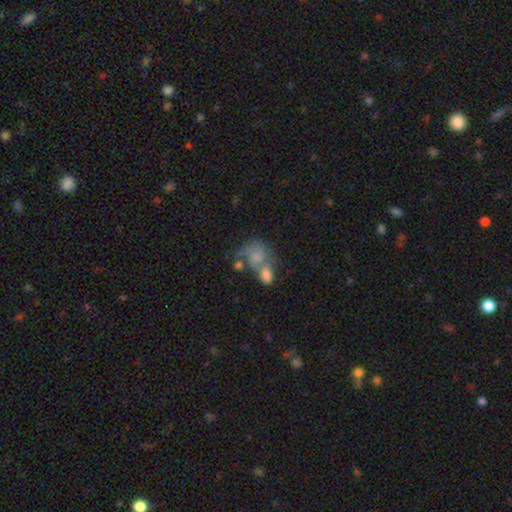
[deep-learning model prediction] smooth_or_featured: smooth (p=0.57) [alt: featured or disk p=0.33]
how_rounded: in between (p=0.53) [alt: round p=0.46]
merging: merger (p=0.55) [alt: none p=0.19]